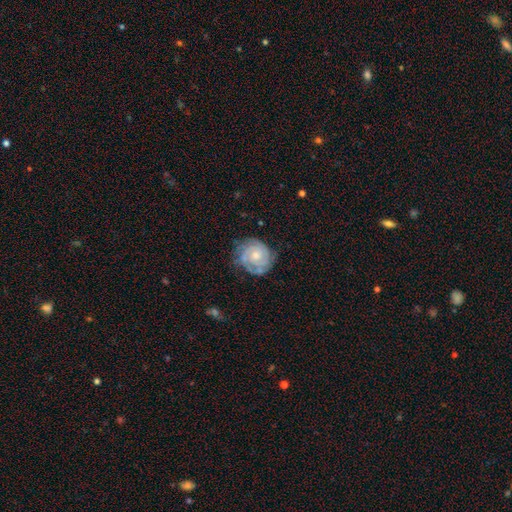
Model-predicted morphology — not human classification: smooth-or-featured: featured or disk: 77% | smooth: 17% | star or artifact: 6%
  disk-edge-on: no: 98% | yes: 2%
    bar: no: 79% | weak: 19% | strong: 3%
    has-spiral-arms: yes: 92% | no: 8%
      spiral-winding: tight: 72% | medium: 22% | loose: 5%
      spiral-arm-count: can't tell: 33% | 2: 29% | 3: 21% | 4: 7% | 1: 5% | more than 4: 4%
    bulge-size: small: 48% | moderate: 45% | none: 3% | large: 3% | dominant: 1%
  merging: none: 70% | minor disturbance: 21% | major disturbance: 8% | merger: 2%